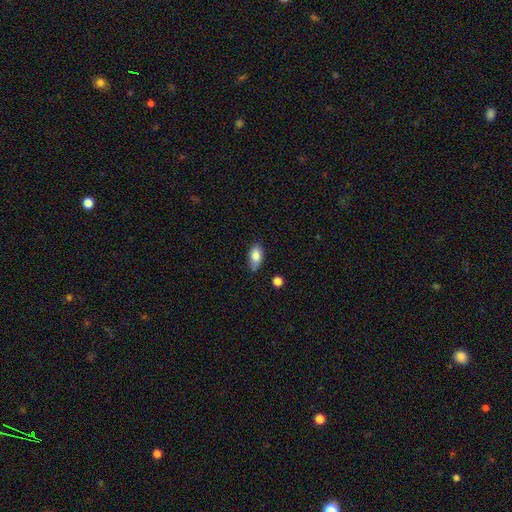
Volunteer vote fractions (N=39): Overall: smooth (85%). How rounded: in between (94%). Merging: none (70%).